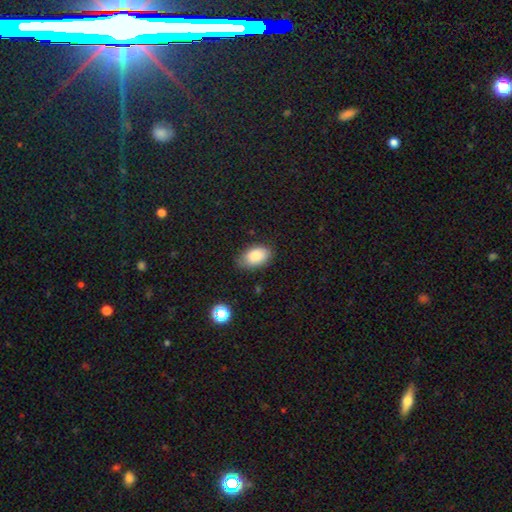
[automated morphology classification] Q: Smooth or featured?
A: smooth (86%); runner-up: star or artifact (8%)
Q: How rounded?
A: in between (92%); runner-up: round (6%)
Q: Merging?
A: none (79%); runner-up: minor disturbance (16%)